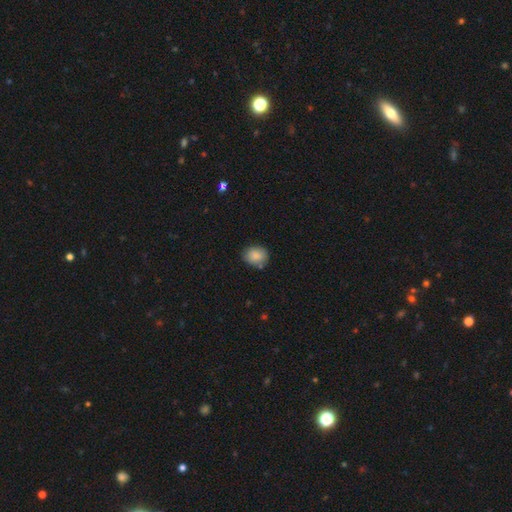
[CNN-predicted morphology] smooth 87%, star or artifact 8%, featured or disk 5%. Down the decision tree: how rounded — round (55%); merging — none (77%).